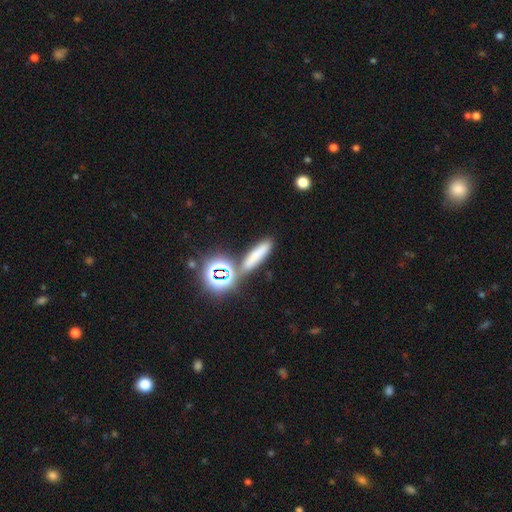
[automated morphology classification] Overall: smooth (66%). How rounded: cigar-shaped (63%). Merging: none (74%).